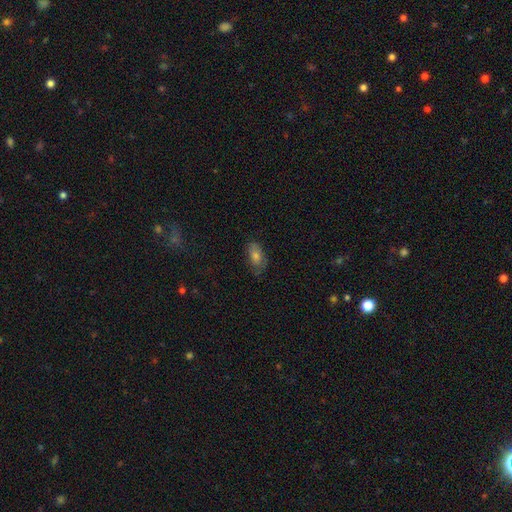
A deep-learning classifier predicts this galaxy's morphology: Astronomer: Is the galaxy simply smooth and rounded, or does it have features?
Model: smooth — 65%.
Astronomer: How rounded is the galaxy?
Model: in between — 87%.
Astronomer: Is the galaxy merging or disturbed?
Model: none — 73%.